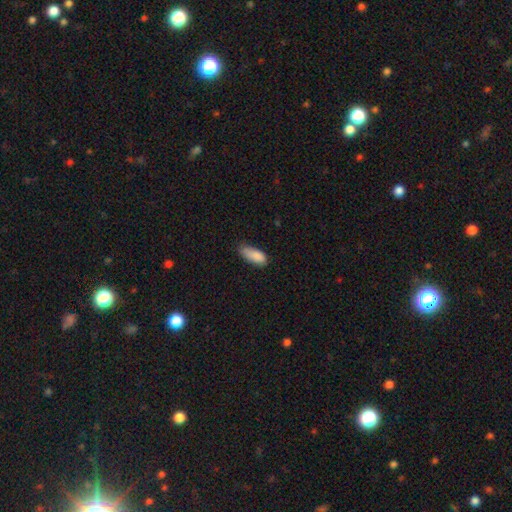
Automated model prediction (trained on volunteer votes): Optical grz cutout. It shows a smooth galaxy with no disk features (88%) that is in between round and cigar-shaped (82%). Merging: none (60%).